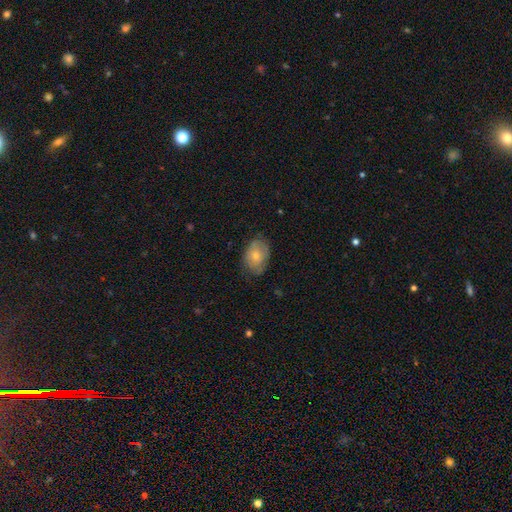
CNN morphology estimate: Overall: smooth (71%). How rounded: in between (77%). Merging: none (67%).